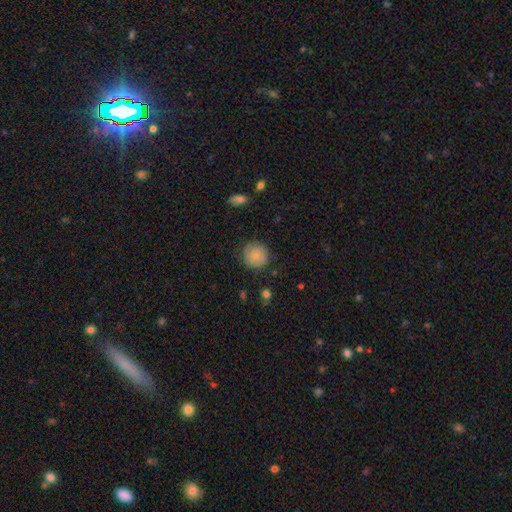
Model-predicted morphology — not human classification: smooth-or-featured: smooth: 82% | featured or disk: 10% | star or artifact: 8%
  how-rounded: round: 92% | in between: 7% | cigar-shaped: 1%
  merging: none: 83% | minor disturbance: 12% | major disturbance: 3% | merger: 1%